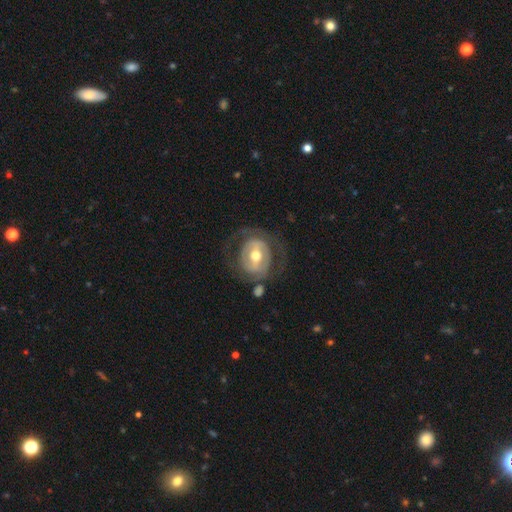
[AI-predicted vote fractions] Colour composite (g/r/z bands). It shows a featured or disk galaxy (72%) with a strong bar (38%), no spiral arms (50%, tied with yes) and a moderate central bulge (75%). Merging: none (65%).